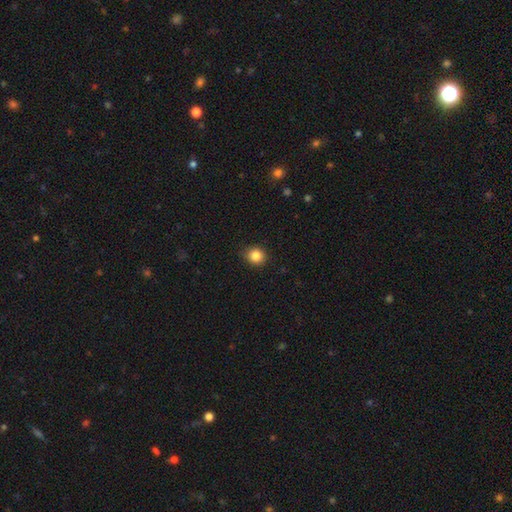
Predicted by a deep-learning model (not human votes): Morphology: type=smooth (85%); roundness=round (83%); merging=none (88%).